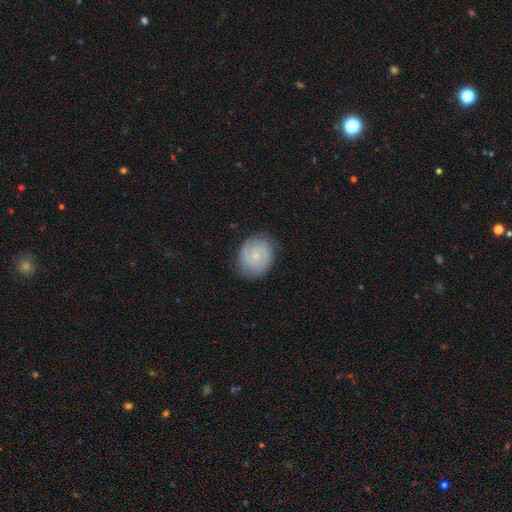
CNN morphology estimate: Smooth or featured?
  - featured or disk: 70% *
  - smooth: 23%
  - star or artifact: 7%
Edge-on disk?
  - no: 98% *
  - yes: 2%
Bar?
  - no: 72% *
  - weak: 24%
  - strong: 3%
Spiral arms?
  - yes: 93% *
  - no: 7%
Spiral winding?
  - tight: 64% *
  - medium: 29%
  - loose: 7%
Spiral arm count?
  - 2: 63% *
  - can't tell: 17%
  - 3: 11%
  - 1: 3%
  - 4: 3%
  - more than 4: 3%
Bulge size?
  - small: 75% *
  - moderate: 20%
  - none: 4%
  - large: 1%
  - dominant: 1%
Merging?
  - none: 82% *
  - minor disturbance: 13%
  - major disturbance: 4%
  - merger: 1%